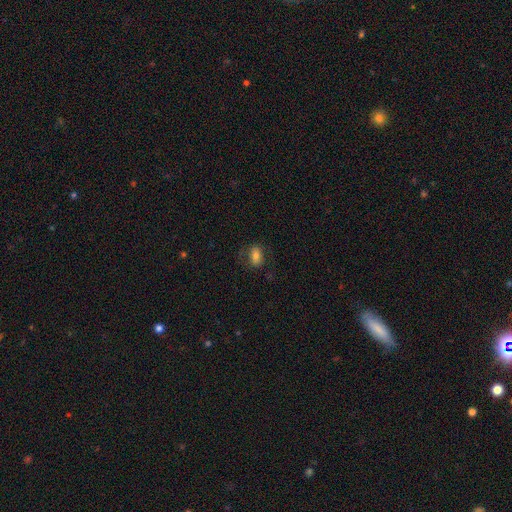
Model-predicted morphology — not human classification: A smooth galaxy with no disk features (74%) that is in between round and cigar-shaped (84%). Merging: none (73%).